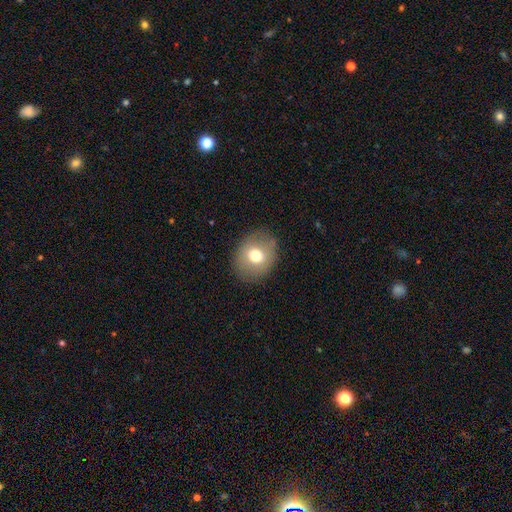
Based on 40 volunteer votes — Morphology: type=smooth (65%); roundness=in between (54%); merging=none (87%).